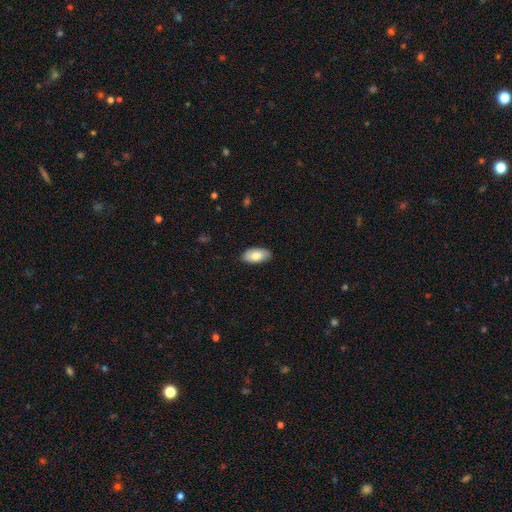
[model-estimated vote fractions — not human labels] Morphology: type=smooth (79%); roundness=in between (94%); merging=none (86%).